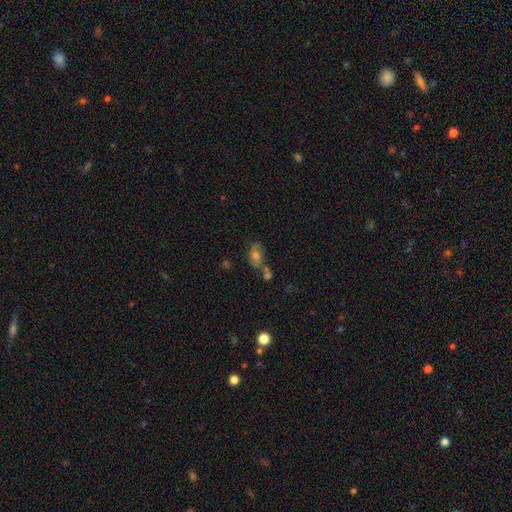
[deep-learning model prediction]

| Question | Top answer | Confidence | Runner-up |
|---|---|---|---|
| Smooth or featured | smooth | 50% | featured or disk (32%) |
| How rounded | in between | 79% | round (17%) |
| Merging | none | 41% | merger (32%) |